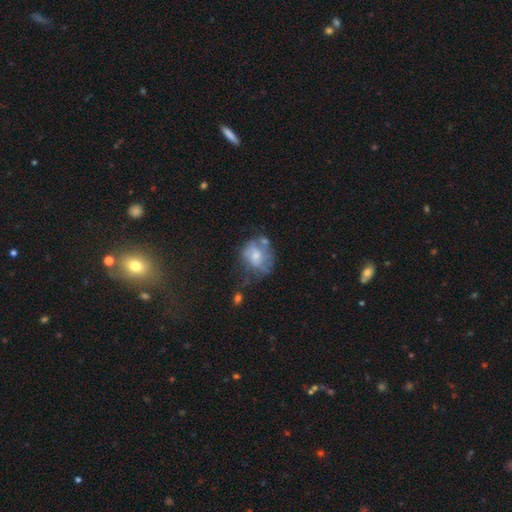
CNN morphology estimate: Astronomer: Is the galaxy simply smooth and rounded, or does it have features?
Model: featured or disk — 52% (runner-up: smooth, 38%).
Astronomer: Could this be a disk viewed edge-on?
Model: no — 97%.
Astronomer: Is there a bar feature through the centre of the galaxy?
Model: no — 72%.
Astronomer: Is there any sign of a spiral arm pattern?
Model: no — 60% (runner-up: yes, 40%).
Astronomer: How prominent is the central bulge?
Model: moderate — 43% (runner-up: small, 35%).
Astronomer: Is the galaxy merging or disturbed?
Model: none — 35% (runner-up: major disturbance, 27%).